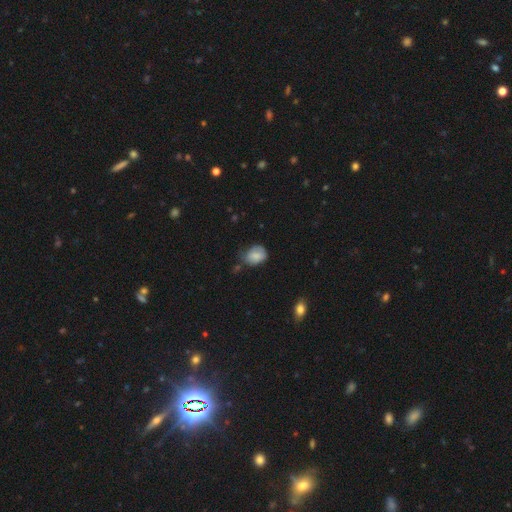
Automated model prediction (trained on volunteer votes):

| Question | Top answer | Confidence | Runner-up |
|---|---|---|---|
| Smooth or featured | smooth | 77% | featured or disk (15%) |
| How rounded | in between | 67% | round (32%) |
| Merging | none | 47% | minor disturbance (38%) |